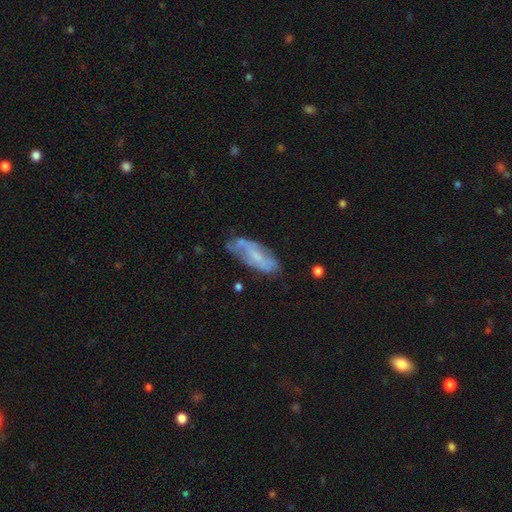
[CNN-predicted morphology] This is possibly a featured or disk galaxy (55%). It is clearly not viewed edge-on (82%). Merging: possibly none (57%).